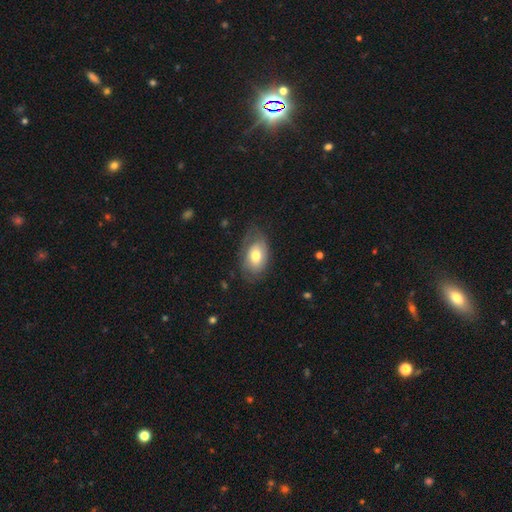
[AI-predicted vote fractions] This appears to be a smooth galaxy with no disk features (57%) that is in between round and cigar-shaped (88%). Merging: none (64%).